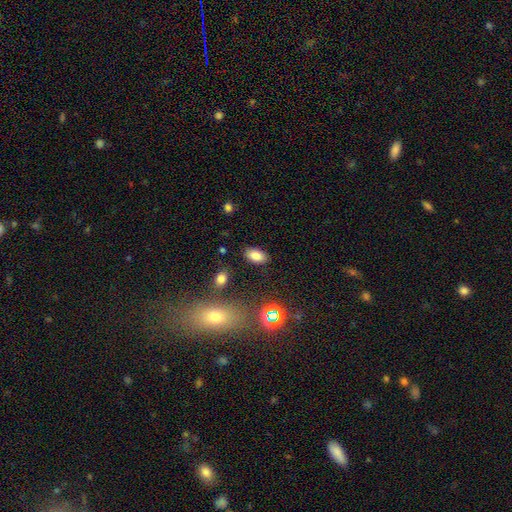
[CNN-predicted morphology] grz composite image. It shows a smooth galaxy with no disk features (82%) that is in between round and cigar-shaped (91%). Merging: none (85%).